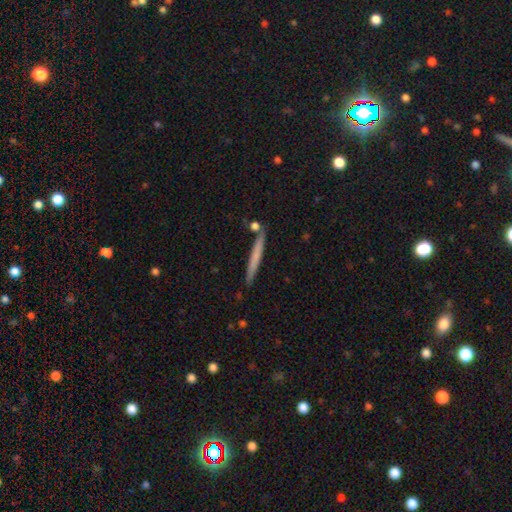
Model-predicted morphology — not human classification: Q: Smooth or featured?
A: smooth (60%); runner-up: featured or disk (34%)
Q: How rounded?
A: cigar-shaped (97%); runner-up: in between (2%)
Q: Merging?
A: none (85%); runner-up: minor disturbance (9%)